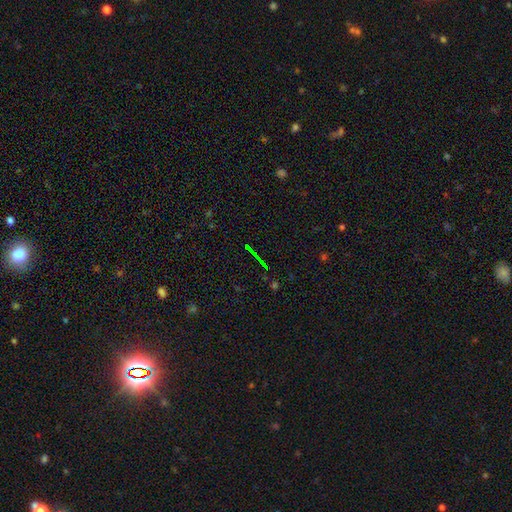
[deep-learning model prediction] The model was most divided on "smooth or featured": star or artifact: 71%, featured or disk: 15%, smooth: 14%.